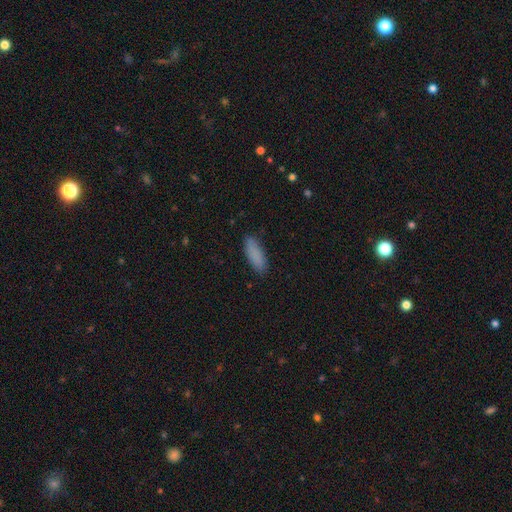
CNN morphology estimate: This appears to be a smooth galaxy with no disk features (87%) that is in between round and cigar-shaped (64%). Merging: none (82%).